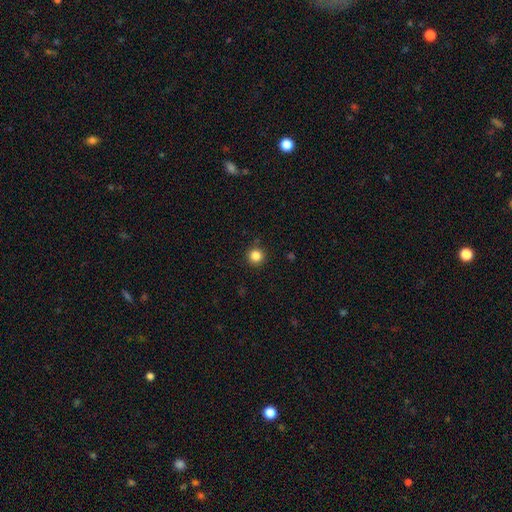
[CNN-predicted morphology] A smooth galaxy with no disk features (85%) that is round (95%).

Vote fractions:
- Smooth or featured? smooth: 85% / star or artifact: 12% / featured or disk: 4%
- How rounded? round: 95% / in between: 4% / cigar-shaped: 1%
- Merging? none: 91% / minor disturbance: 6% / major disturbance: 2% / merger: 1%